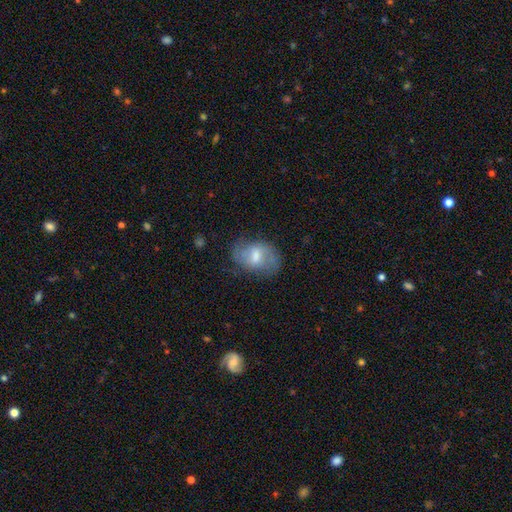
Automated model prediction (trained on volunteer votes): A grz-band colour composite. It shows a featured or disk galaxy (49%). Merging: none (65%).